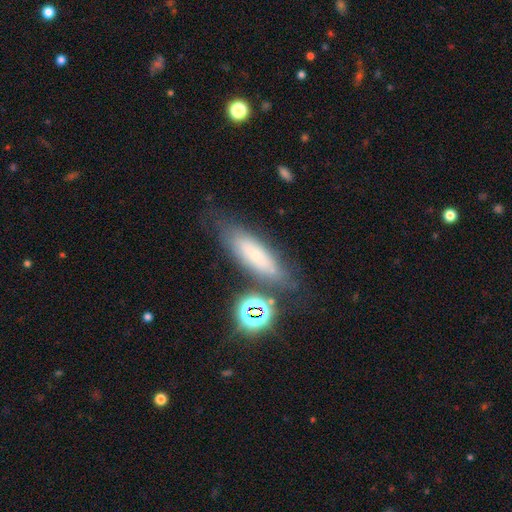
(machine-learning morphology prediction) A smooth galaxy with no disk features (58%) that is cigar-shaped (49%).

Vote fractions:
- Smooth or featured? smooth: 58% / featured or disk: 25% / star or artifact: 17%
- How rounded? cigar-shaped: 49% / in between: 47% / round: 4%
- Merging? none: 67% / minor disturbance: 18% / major disturbance: 7% / merger: 7%